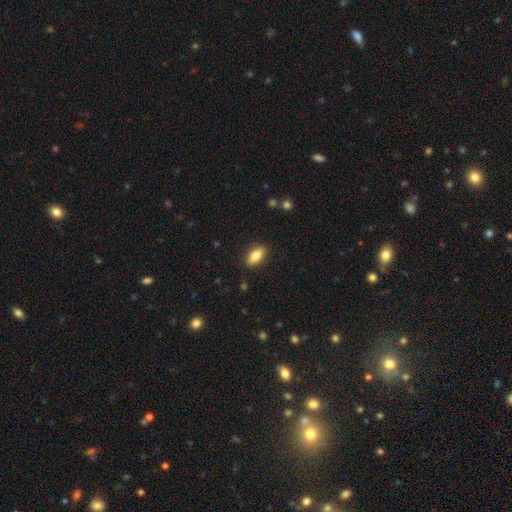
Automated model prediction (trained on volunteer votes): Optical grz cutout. It shows a smooth galaxy with no disk features (79%) that is in between round and cigar-shaped (81%). Merging: none (88%).